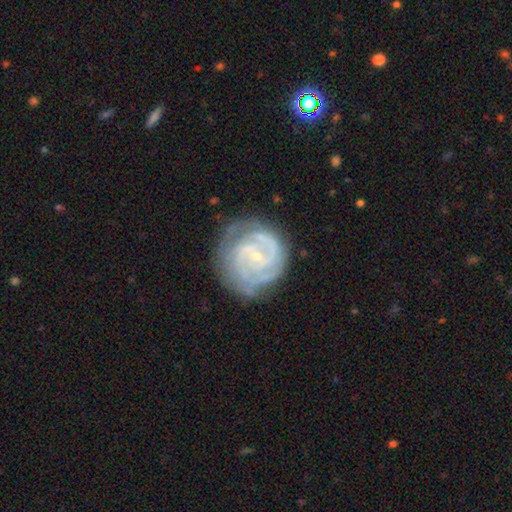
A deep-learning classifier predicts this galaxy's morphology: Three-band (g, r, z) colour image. It shows a featured or disk galaxy (87%) with no bar (61%), 2 (40%) tight (68%) spiral arms (97%) and a small central bulge (82%). Merging: none (73%).